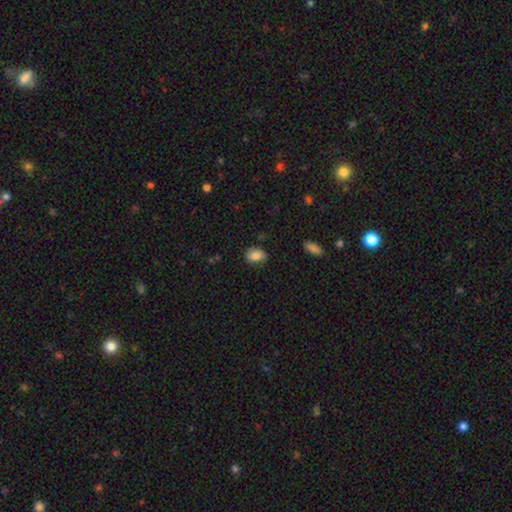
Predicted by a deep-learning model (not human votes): This is clearly a smooth galaxy (81%). How rounded: likely in between (74%). Merging: likely none (74%).